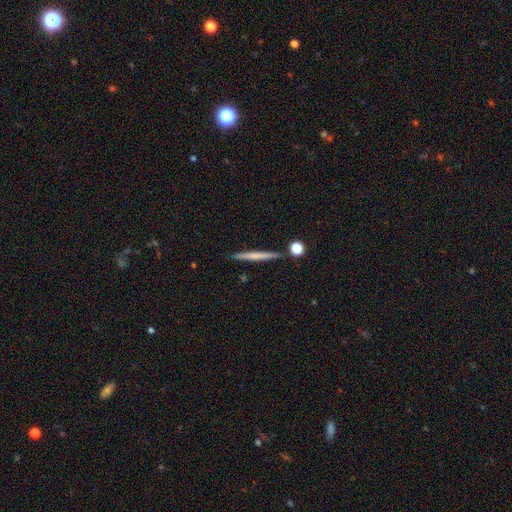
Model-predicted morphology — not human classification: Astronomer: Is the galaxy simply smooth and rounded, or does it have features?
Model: smooth — 51% (runner-up: featured or disk, 43%).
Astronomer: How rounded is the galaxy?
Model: cigar-shaped — 95%.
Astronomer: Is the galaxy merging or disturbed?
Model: none — 87%.